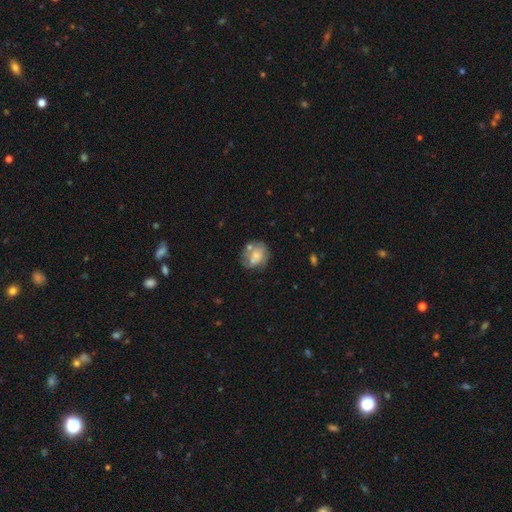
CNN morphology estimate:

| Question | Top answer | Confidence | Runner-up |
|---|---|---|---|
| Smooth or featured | smooth | 50% | featured or disk (42%) |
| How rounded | round | 59% | in between (40%) |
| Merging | none | 49% | minor disturbance (24%) |